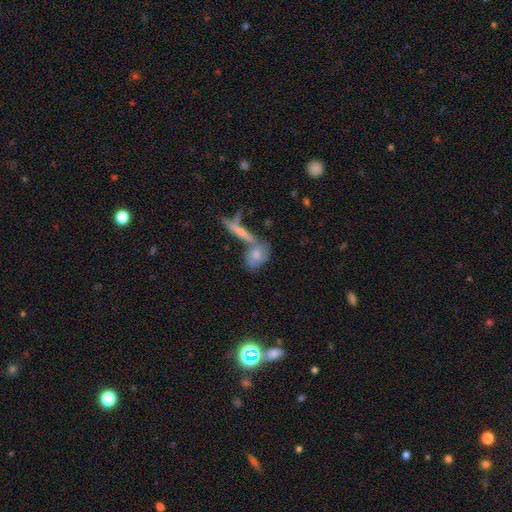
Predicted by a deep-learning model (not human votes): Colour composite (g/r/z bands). It shows a smooth galaxy with no disk features (54%) that is in between round and cigar-shaped (63%). Merging: merger (46%).